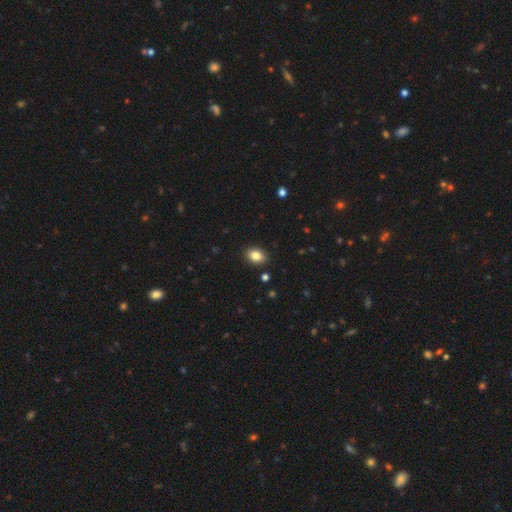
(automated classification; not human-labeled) This appears to be a smooth galaxy with no disk features (85%) that is in between round and cigar-shaped (72%). Merging: none (89%).